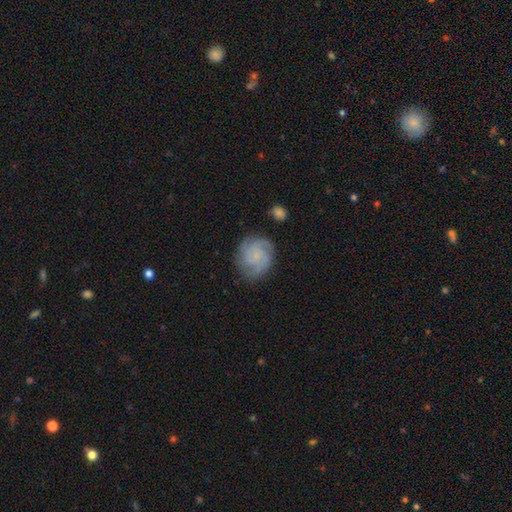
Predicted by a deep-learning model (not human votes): Q: Smooth or featured?
A: featured or disk (70%); runner-up: smooth (22%)
Q: Edge-on disk?
A: no (98%); runner-up: yes (2%)
Q: Bar?
A: no (73%); runner-up: weak (24%)
Q: Spiral arms?
A: yes (95%); runner-up: no (5%)
Q: Spiral winding?
A: tight (56%); runner-up: medium (35%)
Q: Spiral arm count?
A: 3 (34%); runner-up: can't tell (23%)
Q: Bulge size?
A: small (64%); runner-up: none (23%)
Q: Merging?
A: none (77%); runner-up: minor disturbance (16%)